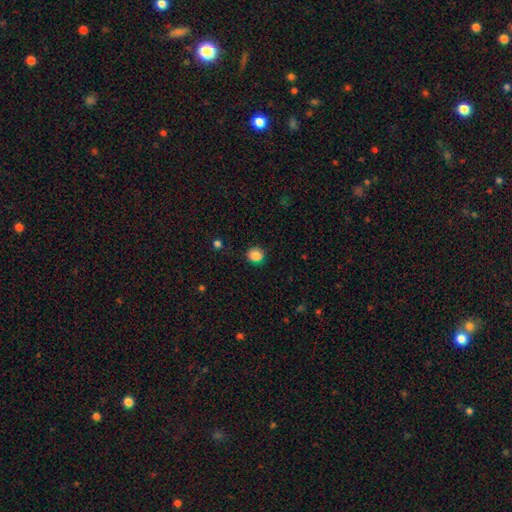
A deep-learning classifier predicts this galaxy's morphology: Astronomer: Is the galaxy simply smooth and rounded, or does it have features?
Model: smooth — 86%.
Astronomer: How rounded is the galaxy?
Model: round — 83%.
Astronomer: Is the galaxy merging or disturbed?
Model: none — 87%.